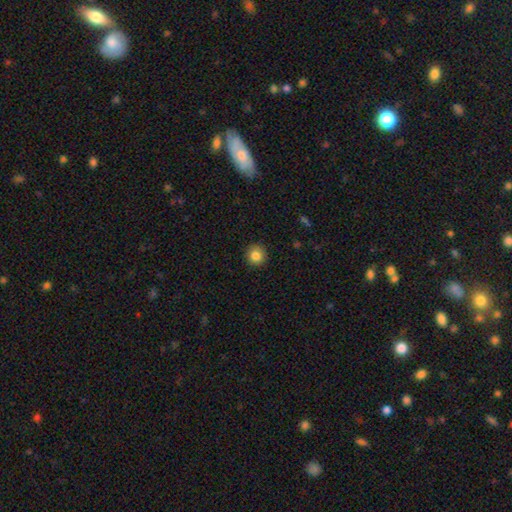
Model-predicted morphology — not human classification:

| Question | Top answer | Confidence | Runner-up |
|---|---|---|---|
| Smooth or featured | smooth | 84% | star or artifact (10%) |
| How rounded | round | 92% | in between (7%) |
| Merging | none | 91% | minor disturbance (6%) |